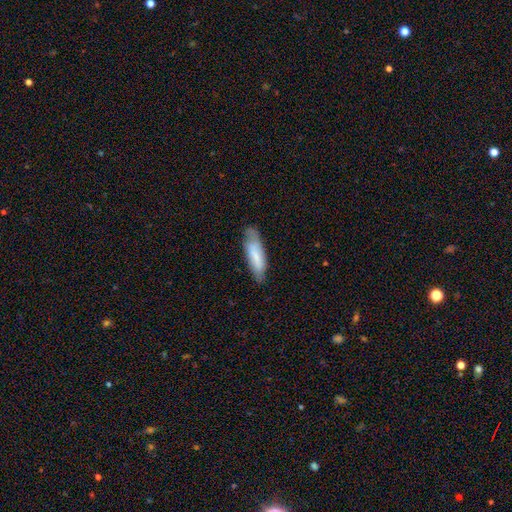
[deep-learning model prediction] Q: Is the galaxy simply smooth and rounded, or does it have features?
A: smooth — 68%.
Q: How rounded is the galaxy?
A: cigar-shaped — 53%.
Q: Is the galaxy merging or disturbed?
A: none — 68%.